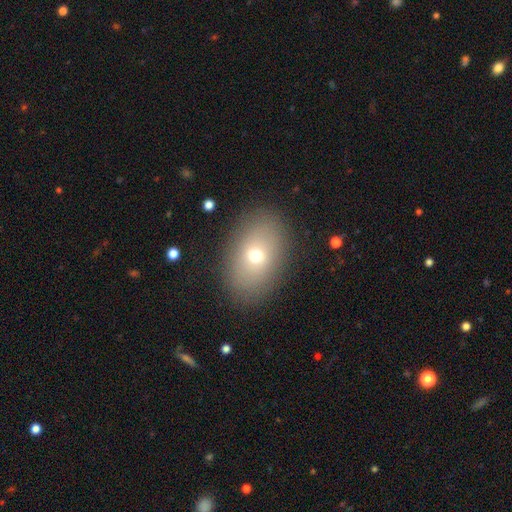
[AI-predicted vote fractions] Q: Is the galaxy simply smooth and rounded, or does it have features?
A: smooth — 68%.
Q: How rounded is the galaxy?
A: in between — 78%.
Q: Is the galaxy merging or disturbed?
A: none — 86%.